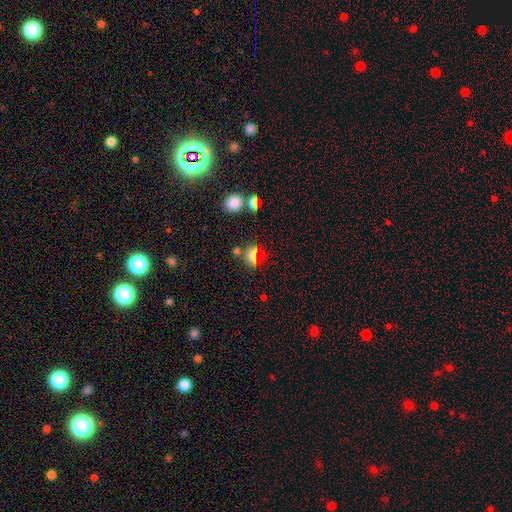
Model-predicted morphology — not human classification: smooth 66%, star or artifact 21%, featured or disk 14%. Down the decision tree: how rounded — in between (61%); merging — none (73%).